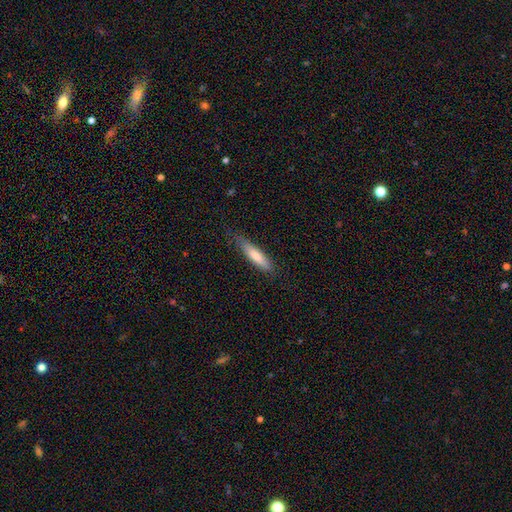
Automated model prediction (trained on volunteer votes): smooth 72%, featured or disk 22%, star or artifact 6%. Down the decision tree: how rounded — cigar-shaped (78%); merging — none (71%).